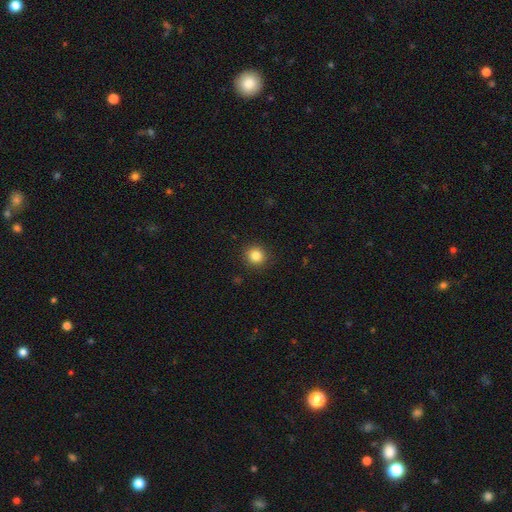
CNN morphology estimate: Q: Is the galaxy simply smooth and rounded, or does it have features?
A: smooth — 84%.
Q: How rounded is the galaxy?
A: round — 92%.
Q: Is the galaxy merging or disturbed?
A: none — 91%.